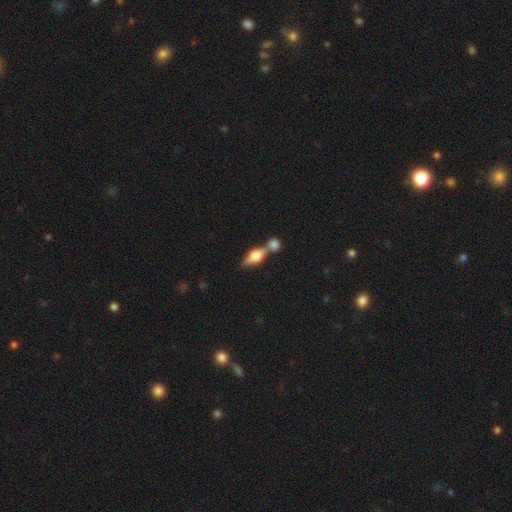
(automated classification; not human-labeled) smooth-or-featured: smooth: 53% | featured or disk: 39% | star or artifact: 8%
  how-rounded: in between: 67% | cigar-shaped: 24% | round: 9%
  merging: merger: 46% | none: 41% | minor disturbance: 9% | major disturbance: 4%